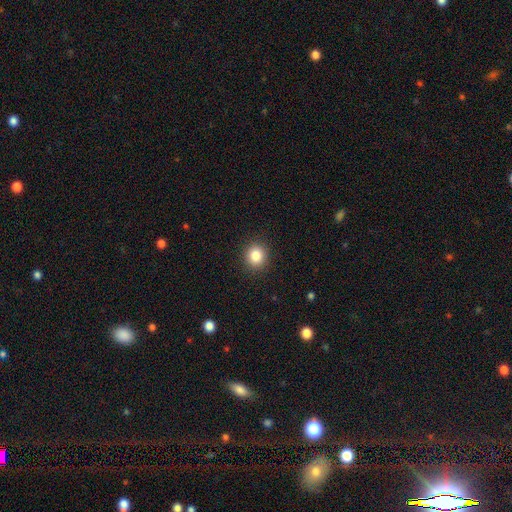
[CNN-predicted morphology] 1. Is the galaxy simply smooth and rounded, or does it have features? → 84% smooth, 10% star or artifact, 5% featured or disk.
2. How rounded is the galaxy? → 85% round, 14% in between, 1% cigar-shaped.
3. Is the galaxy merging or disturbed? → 91% none, 6% minor disturbance, 2% major disturbance, 1% merger.